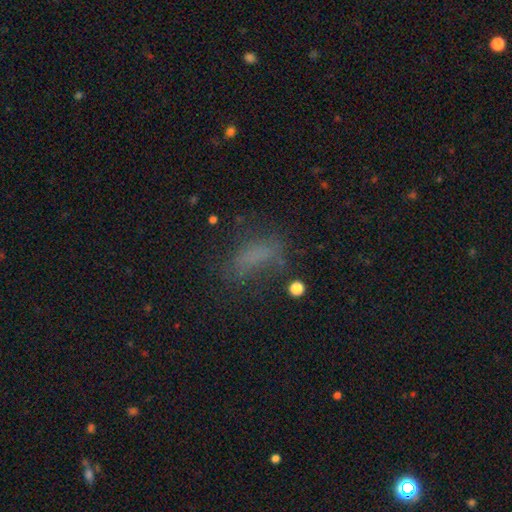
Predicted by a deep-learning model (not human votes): A smooth galaxy with no disk features (59%) that is in between round and cigar-shaped (66%).

Vote fractions:
- Smooth or featured? smooth: 59% / star or artifact: 21% / featured or disk: 20%
- How rounded? in between: 66% / cigar-shaped: 27% / round: 6%
- Merging? none: 49% / minor disturbance: 23% / major disturbance: 23% / merger: 5%